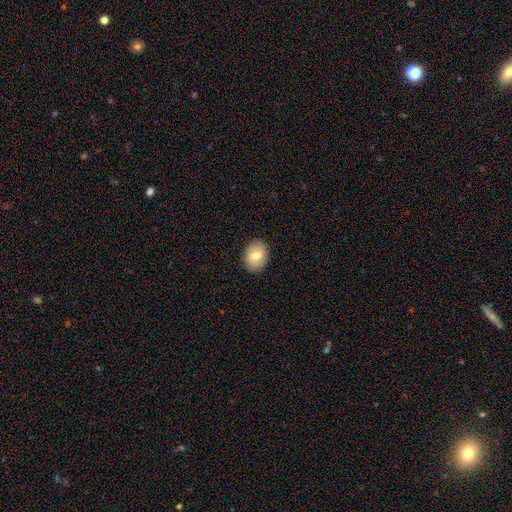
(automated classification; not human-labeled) Q: Smooth or featured?
A: smooth (73%); runner-up: featured or disk (19%)
Q: How rounded?
A: in between (57%); runner-up: round (42%)
Q: Merging?
A: none (89%); runner-up: minor disturbance (8%)